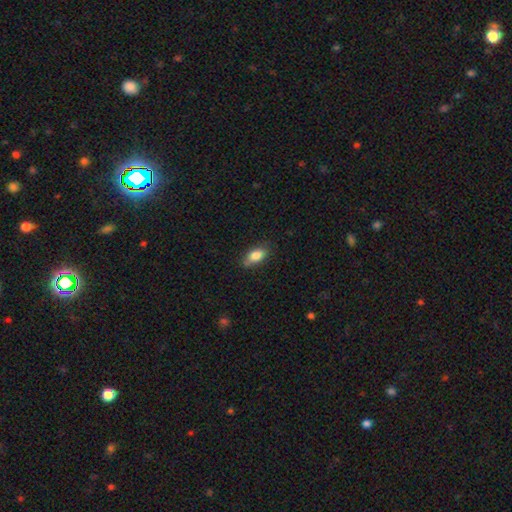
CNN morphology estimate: Overall: smooth (83%). How rounded: in between (87%). Merging: none (73%).